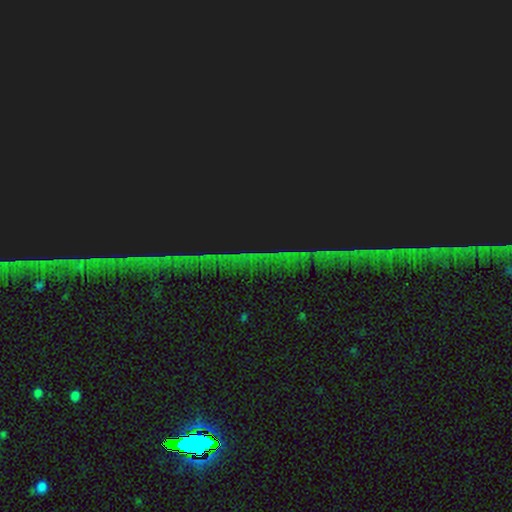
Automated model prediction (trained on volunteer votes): Morphology: type=star or artifact (85%).